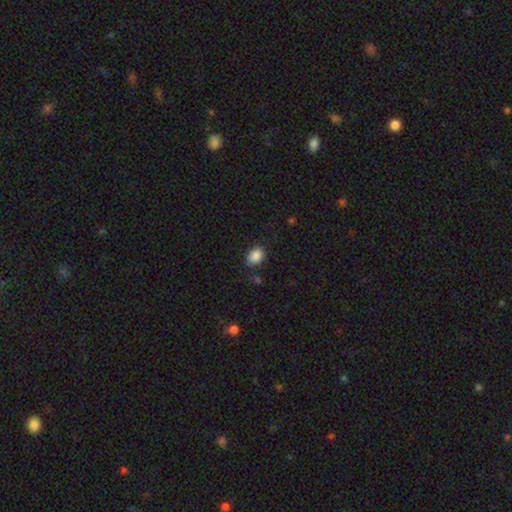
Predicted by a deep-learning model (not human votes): Overall: smooth (87%). How rounded: in between (67%; round 32%). Merging: none (81%).